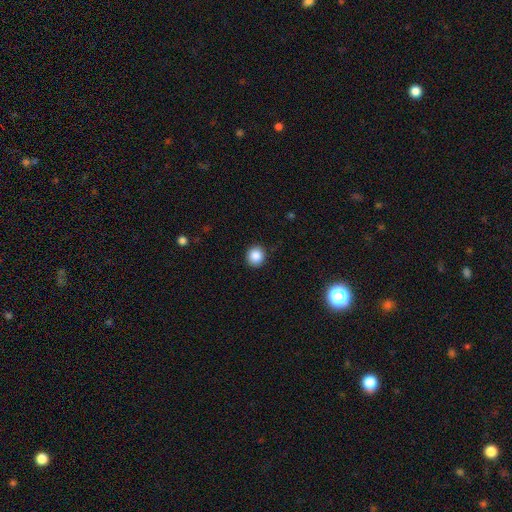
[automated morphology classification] A smooth galaxy with no disk features (87%) that is round (91%).

Vote fractions:
- Smooth or featured? smooth: 87% / star or artifact: 10% / featured or disk: 4%
- How rounded? round: 91% / in between: 8% / cigar-shaped: 1%
- Merging? none: 90% / minor disturbance: 7% / major disturbance: 2% / merger: 1%